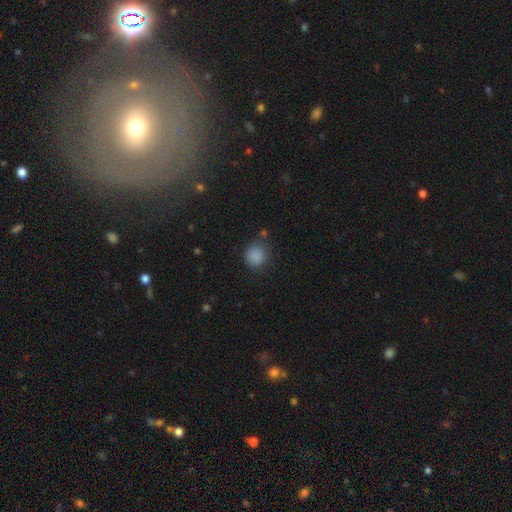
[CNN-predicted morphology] The model was most divided on "merging": none: 72%, minor disturbance: 19%, major disturbance: 6%, merger: 3%. More confident: smooth or featured — smooth (86%); how rounded — round (84%).